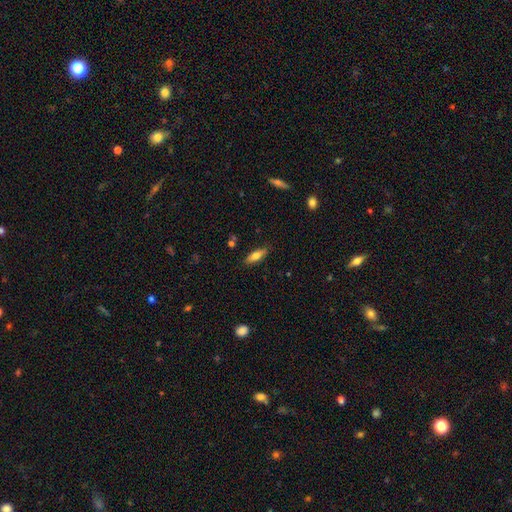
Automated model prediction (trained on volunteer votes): Q: Smooth or featured?
A: smooth (68%); runner-up: featured or disk (25%)
Q: How rounded?
A: in between (60%); runner-up: cigar-shaped (37%)
Q: Merging?
A: none (85%); runner-up: minor disturbance (11%)